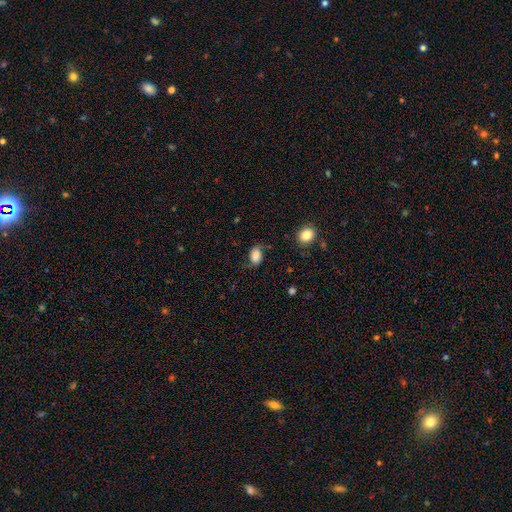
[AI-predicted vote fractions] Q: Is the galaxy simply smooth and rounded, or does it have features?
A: smooth — 61%.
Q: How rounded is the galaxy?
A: in between — 80%.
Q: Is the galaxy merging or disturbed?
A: none — 60%.